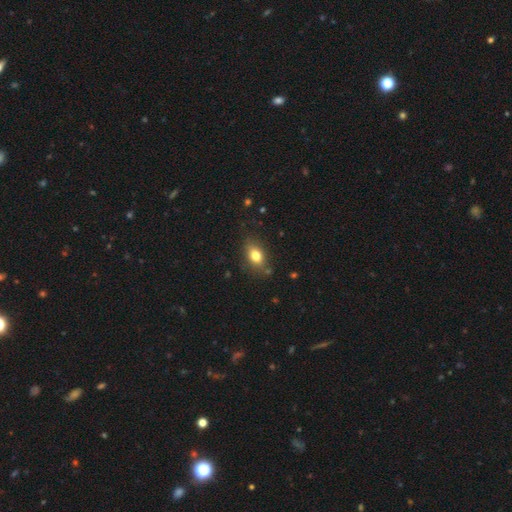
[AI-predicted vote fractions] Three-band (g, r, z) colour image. It shows a smooth galaxy with no disk features (78%) that is in between round and cigar-shaped (79%). Merging: none (78%).